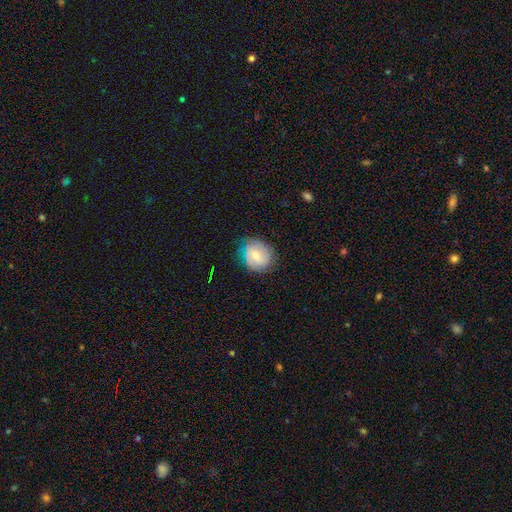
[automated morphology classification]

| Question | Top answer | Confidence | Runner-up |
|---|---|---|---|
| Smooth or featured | smooth | 62% | featured or disk (30%) |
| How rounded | round | 66% | in between (33%) |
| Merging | none | 72% | minor disturbance (22%) |